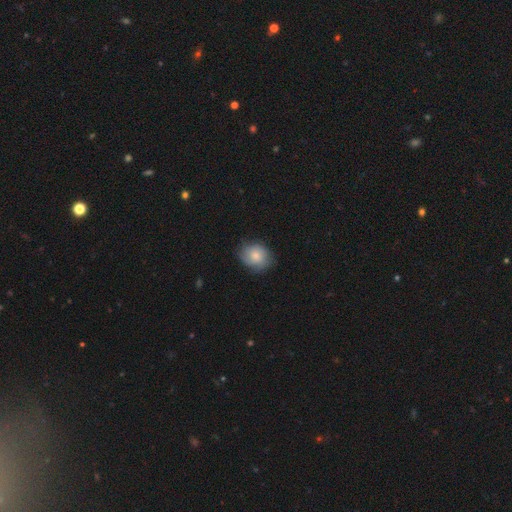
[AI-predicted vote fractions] Smooth or featured? Predicted: smooth (p=0.71). How rounded? Predicted: round (p=0.66). Merging? Predicted: none (p=0.72).